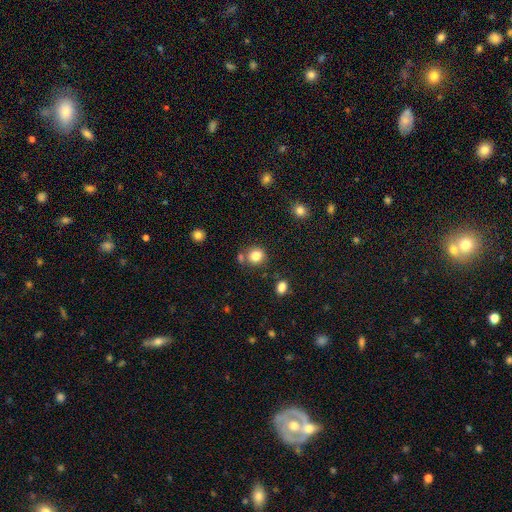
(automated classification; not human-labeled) smooth_or_featured: smooth (p=0.83) [alt: star or artifact p=0.11]
how_rounded: round (p=0.85) [alt: in between p=0.14]
merging: none (p=0.73) [alt: merger p=0.13]